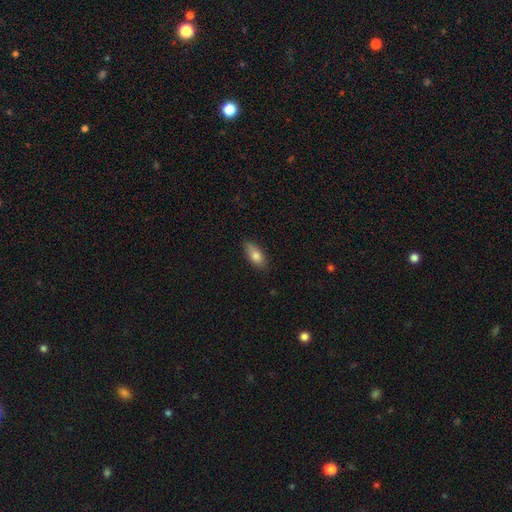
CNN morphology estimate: This is likely a smooth galaxy (80%). How rounded: clearly in between (83%). Merging: clearly none (80%).